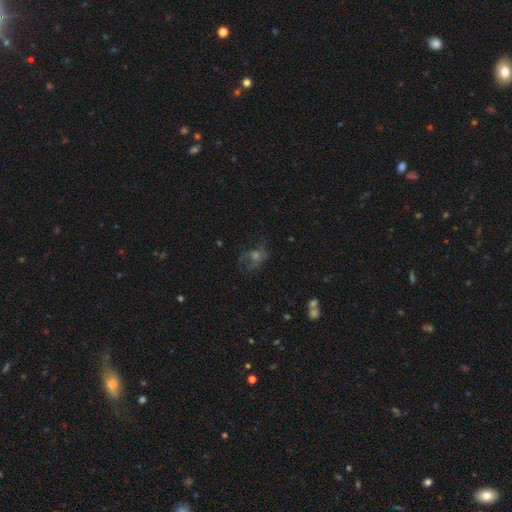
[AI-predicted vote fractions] Overall: featured or disk (39%; smooth 34%). Merging: none (52%; major disturbance 23%).